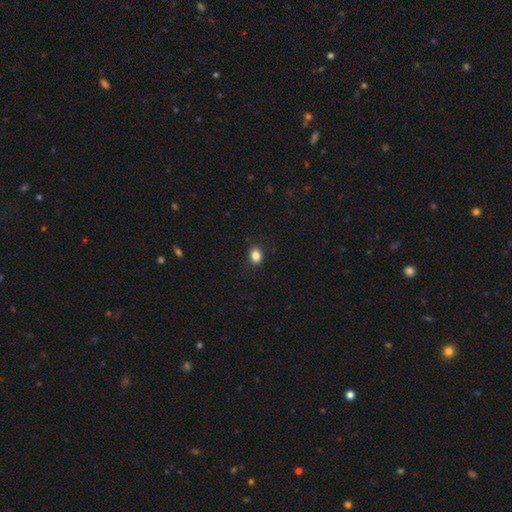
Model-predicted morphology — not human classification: A smooth galaxy with no disk features (86%) that is in between round and cigar-shaped (53%). Merging: none (89%).